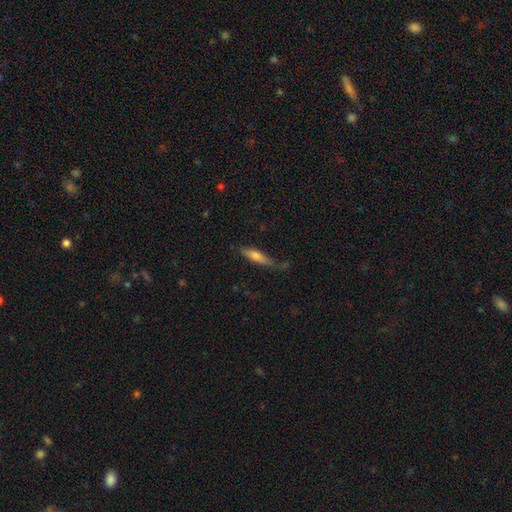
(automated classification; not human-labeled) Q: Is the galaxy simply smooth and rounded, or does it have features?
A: smooth — 55%.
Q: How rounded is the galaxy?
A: cigar-shaped — 79%.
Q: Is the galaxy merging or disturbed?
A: none — 66%.